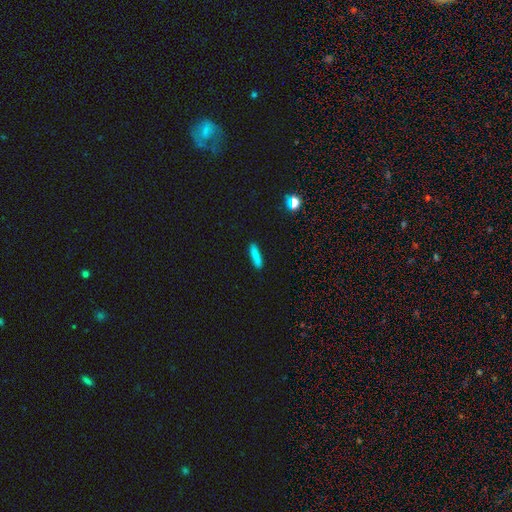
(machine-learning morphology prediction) Smooth or featured?
  - smooth: 85% *
  - star or artifact: 8%
  - featured or disk: 7%
How rounded?
  - cigar-shaped: 85% *
  - in between: 13%
  - round: 2%
Merging?
  - none: 89% *
  - minor disturbance: 8%
  - major disturbance: 2%
  - merger: 1%